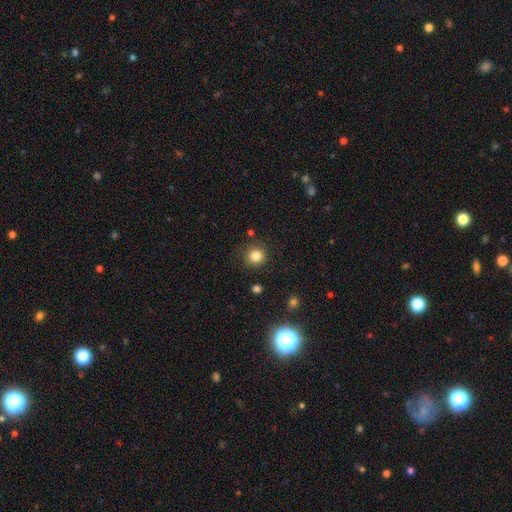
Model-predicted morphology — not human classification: This is clearly a smooth galaxy (83%). How rounded: clearly round (91%). Merging: clearly none (87%).